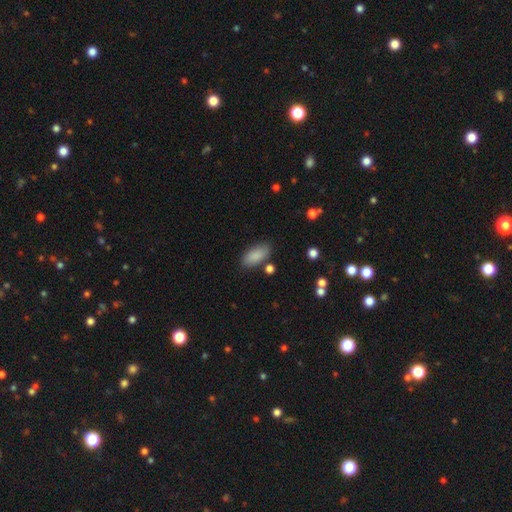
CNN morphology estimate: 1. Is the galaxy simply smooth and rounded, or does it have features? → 88% smooth, 7% star or artifact, 5% featured or disk.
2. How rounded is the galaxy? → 89% in between, 9% cigar-shaped, 3% round.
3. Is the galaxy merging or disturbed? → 80% none, 13% minor disturbance, 4% merger, 3% major disturbance.